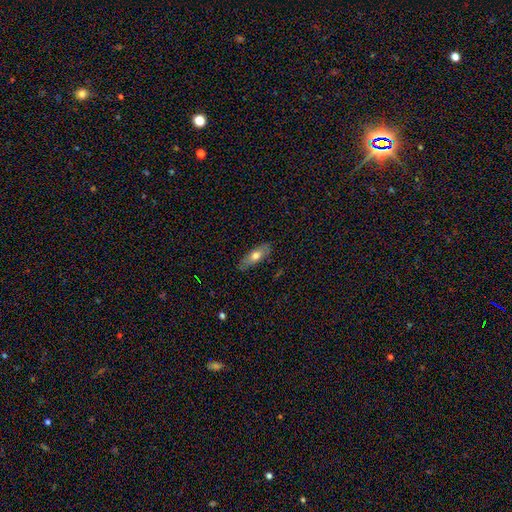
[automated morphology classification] Overall: smooth (66%; featured or disk 28%). How rounded: in between (66%; cigar-shaped 31%). Merging: none (83%).